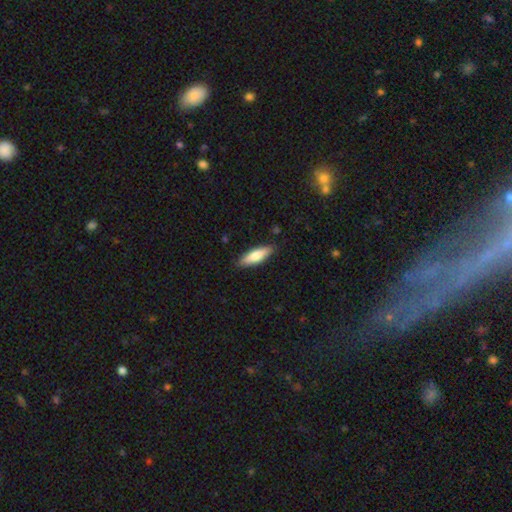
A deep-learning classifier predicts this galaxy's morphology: A smooth galaxy with no disk features (71%) that is in between round and cigar-shaped (49%, tied with cigar-shaped).

Vote fractions:
- Smooth or featured? smooth: 71% / featured or disk: 24% / star or artifact: 6%
- How rounded? in between: 49% (tied) / cigar-shaped: 49% (tied) / round: 2%
- Merging? none: 87% / minor disturbance: 10% / major disturbance: 2% / merger: 1%